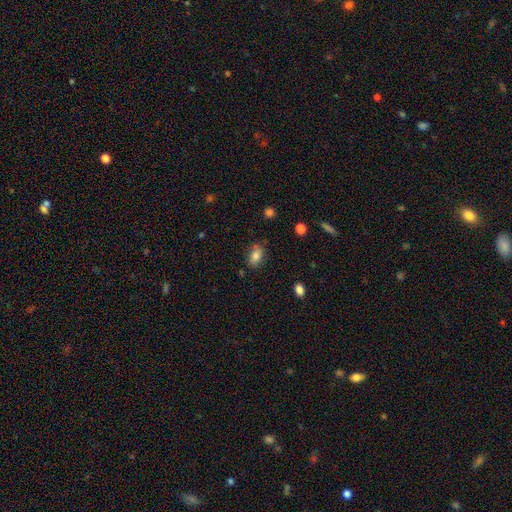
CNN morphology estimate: A smooth galaxy with no disk features (79%) that is in between round and cigar-shaped (86%).

Vote fractions:
- Smooth or featured? smooth: 79% / featured or disk: 11% / star or artifact: 10%
- How rounded? in between: 86% / round: 11% / cigar-shaped: 3%
- Merging? none: 72% / minor disturbance: 20% / major disturbance: 5% / merger: 3%